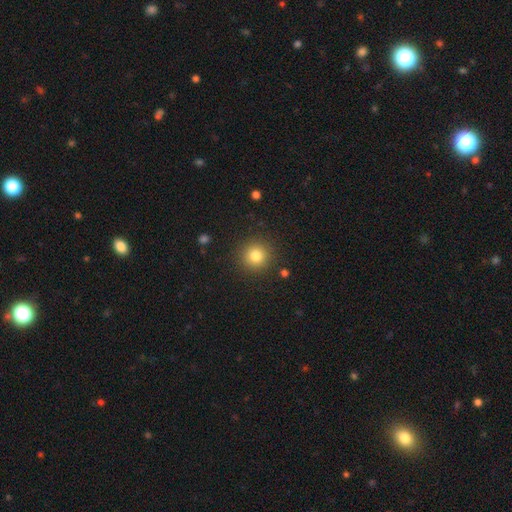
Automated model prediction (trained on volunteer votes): The model was most divided on "smooth or featured": smooth: 81%, star or artifact: 12%, featured or disk: 7%. More confident: how rounded — round (94%); merging — none (90%).